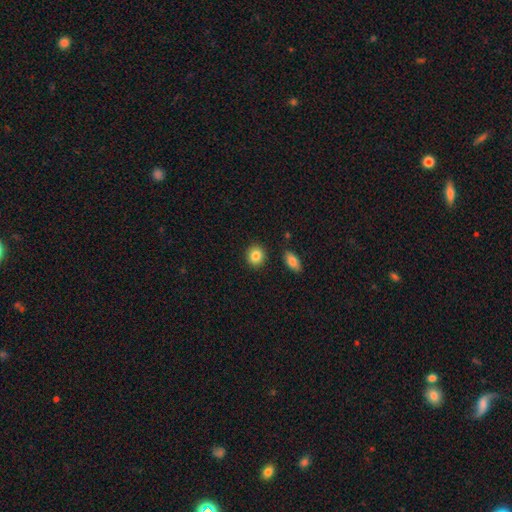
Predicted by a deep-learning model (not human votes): Morphology: type=smooth (86%); roundness=round (75%); merging=none (88%).